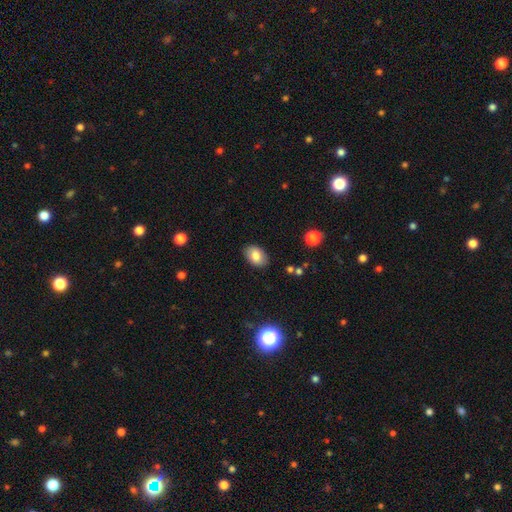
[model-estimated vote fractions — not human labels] This is clearly a smooth galaxy (81%). How rounded: clearly in between (86%). Merging: clearly none (86%).